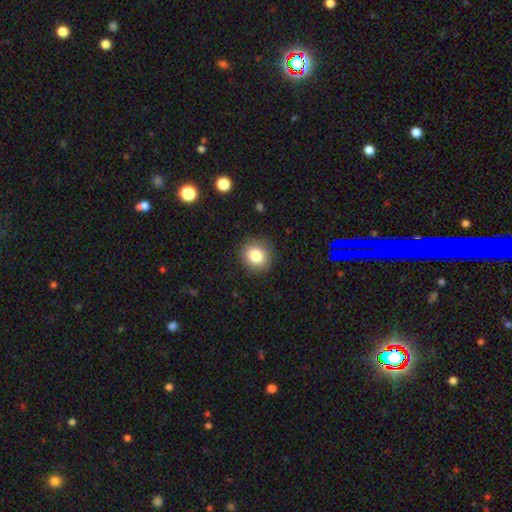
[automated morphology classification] Overall: smooth (82%). How rounded: round (85%). Merging: none (88%).